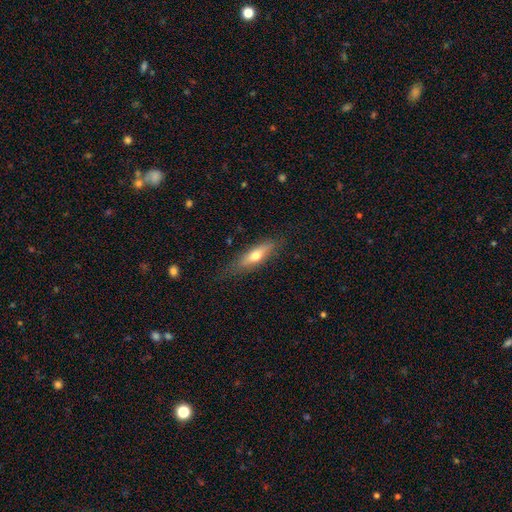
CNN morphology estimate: Smooth or featured?
  - smooth: 57% *
  - featured or disk: 37%
  - star or artifact: 6%
How rounded?
  - cigar-shaped: 62% *
  - in between: 36%
  - round: 3%
Merging?
  - none: 80% *
  - minor disturbance: 15%
  - major disturbance: 4%
  - merger: 1%